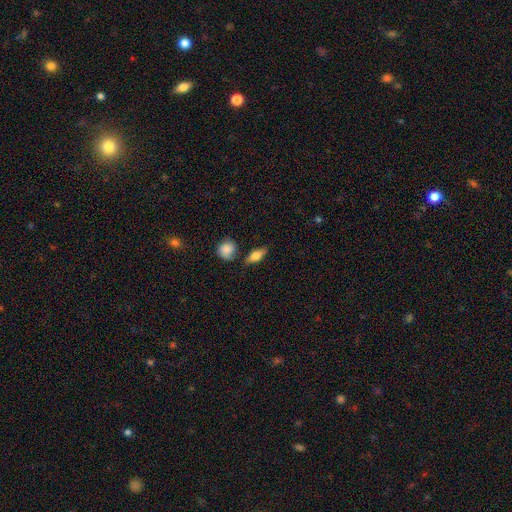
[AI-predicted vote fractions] Q: Smooth or featured?
A: smooth (70%); runner-up: featured or disk (22%)
Q: How rounded?
A: in between (75%); runner-up: cigar-shaped (19%)
Q: Merging?
A: none (72%); runner-up: minor disturbance (17%)